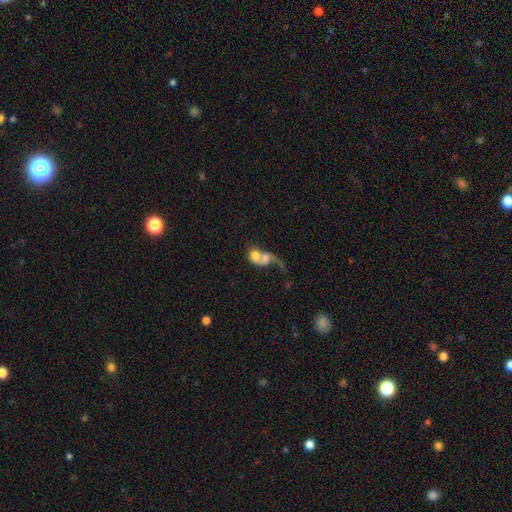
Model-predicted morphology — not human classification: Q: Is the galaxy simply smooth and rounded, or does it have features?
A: smooth — 50%.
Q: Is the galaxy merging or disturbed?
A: merger — 68%.